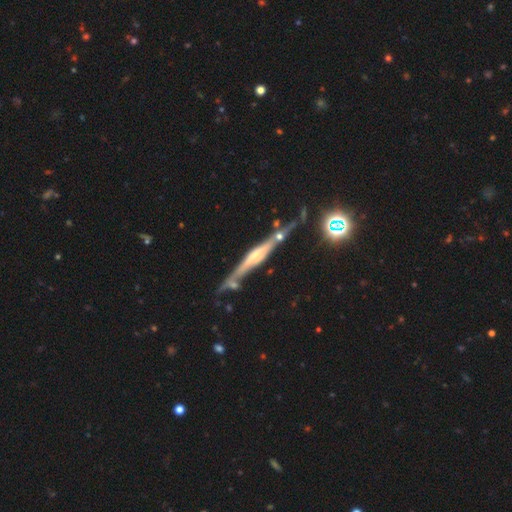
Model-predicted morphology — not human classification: Overall: featured or disk (75%). Edge-on disk: yes (93%). Edge-on bulge: rounded (59%; boxy 27%). Merging: none (65%).